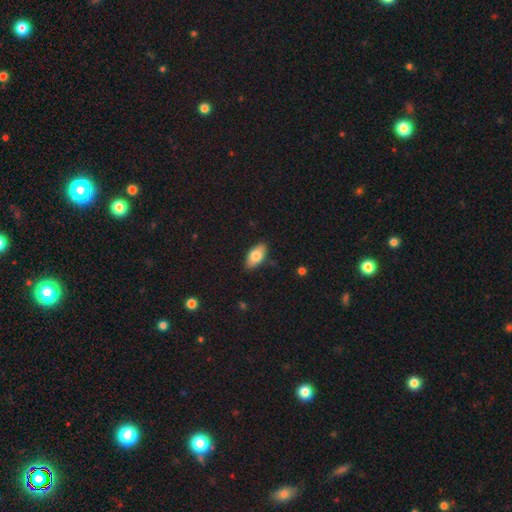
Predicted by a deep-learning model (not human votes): smooth_or_featured: smooth (p=0.78) [alt: featured or disk p=0.15]
how_rounded: in between (p=0.91) [alt: cigar-shaped p=0.06]
merging: none (p=0.85) [alt: minor disturbance p=0.11]